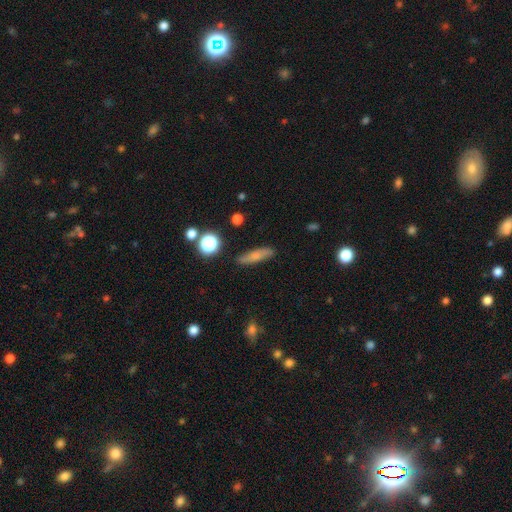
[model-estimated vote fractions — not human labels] Smooth or featured? smooth (64%)
How rounded? cigar-shaped (72%)
Merging? none (85%)